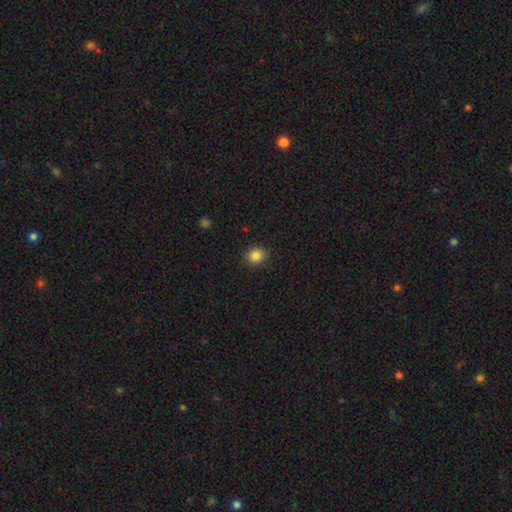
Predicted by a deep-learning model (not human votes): The model was most divided on "how rounded": round: 79%, in between: 20%, cigar-shaped: 1%. More confident: merging — none (89%); smooth or featured — smooth (85%).